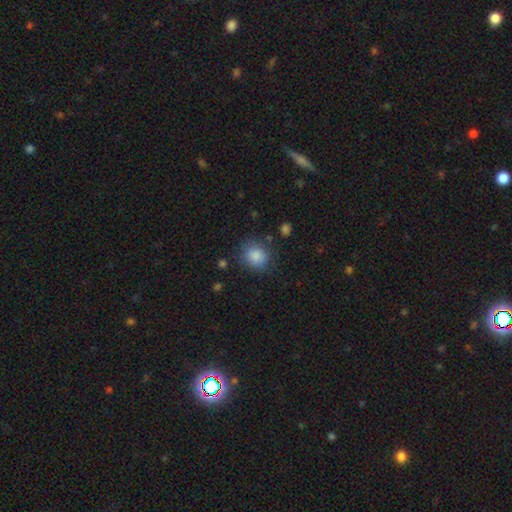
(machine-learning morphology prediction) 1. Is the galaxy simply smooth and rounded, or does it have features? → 85% smooth, 10% star or artifact, 5% featured or disk.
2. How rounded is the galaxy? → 78% round, 21% in between, 1% cigar-shaped.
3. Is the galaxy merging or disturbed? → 78% none, 15% minor disturbance, 4% major disturbance, 2% merger.